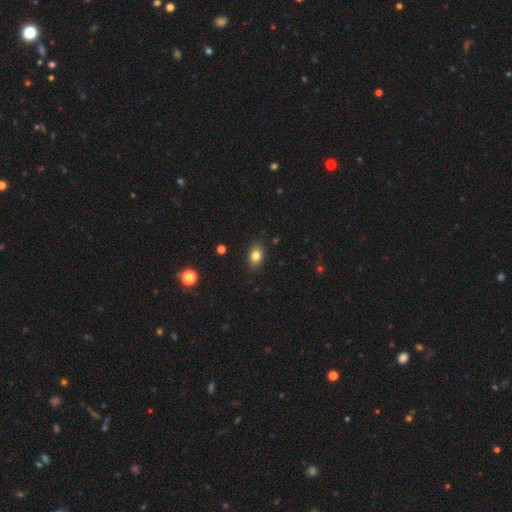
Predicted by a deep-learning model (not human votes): Smooth or featured: smooth — 81% (star or artifact — 10%)
How rounded: in between — 79% (round — 19%)
Merging: none — 85% (minor disturbance — 12%)